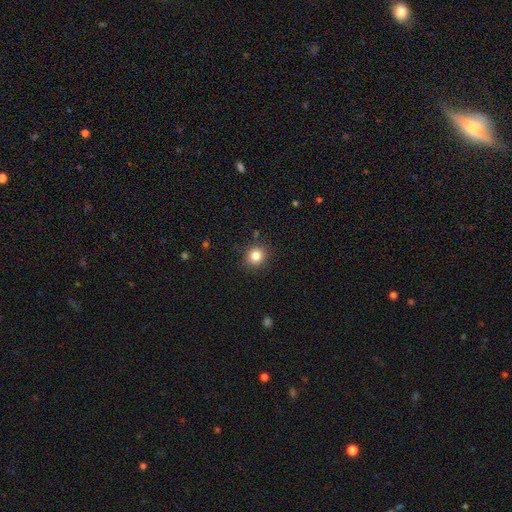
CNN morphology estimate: smooth_or_featured: smooth (p=0.83) [alt: star or artifact p=0.11]
how_rounded: round (p=0.84) [alt: in between p=0.15]
merging: none (p=0.86) [alt: minor disturbance p=0.09]